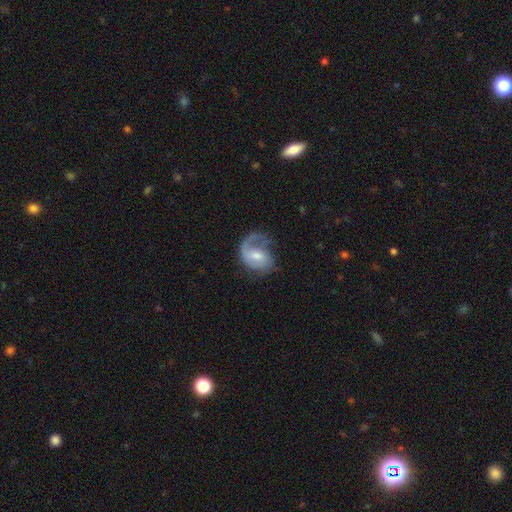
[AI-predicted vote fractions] This appears to be a featured or disk galaxy (74%) with a weak bar (53%), 1 (60%) medium (42%) spiral arms (91%) and a moderate central bulge (52%). Merging: none (48%).